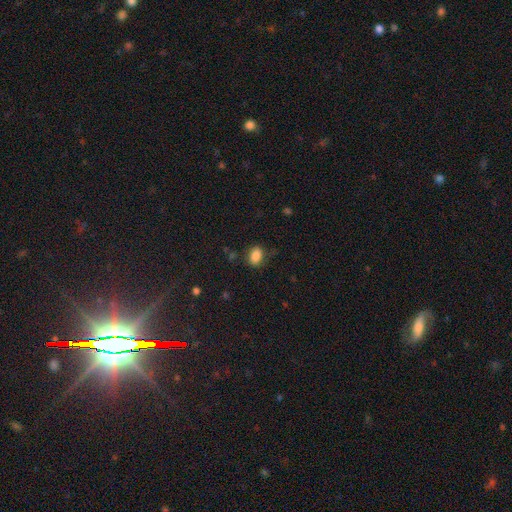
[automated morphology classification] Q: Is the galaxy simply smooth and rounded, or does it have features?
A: smooth — 86%.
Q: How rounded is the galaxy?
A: in between — 80%.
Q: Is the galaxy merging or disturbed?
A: none — 76%.